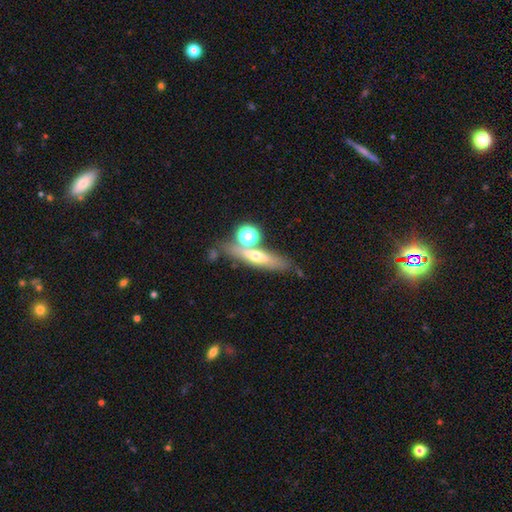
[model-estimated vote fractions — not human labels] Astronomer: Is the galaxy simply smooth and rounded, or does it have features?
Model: featured or disk — 45% (runner-up: smooth, 43%).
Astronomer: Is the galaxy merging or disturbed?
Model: none — 65%.